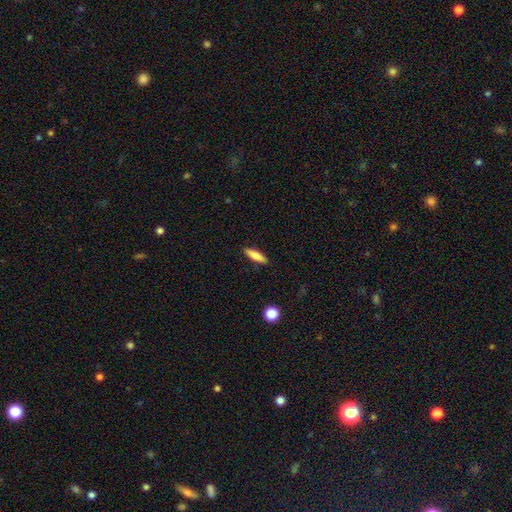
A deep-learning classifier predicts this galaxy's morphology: type=smooth (75%); roundness=cigar-shaped (68%); merging=none (88%).